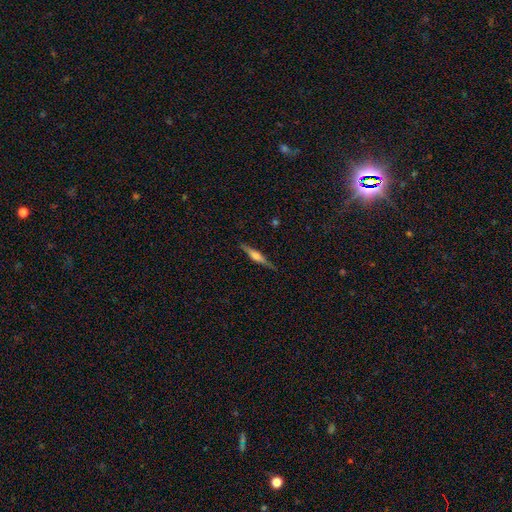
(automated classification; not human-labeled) A featured or disk galaxy (67%) viewed edge-on (97%) with a rounded central bulge (74%). Merging: none (87%).